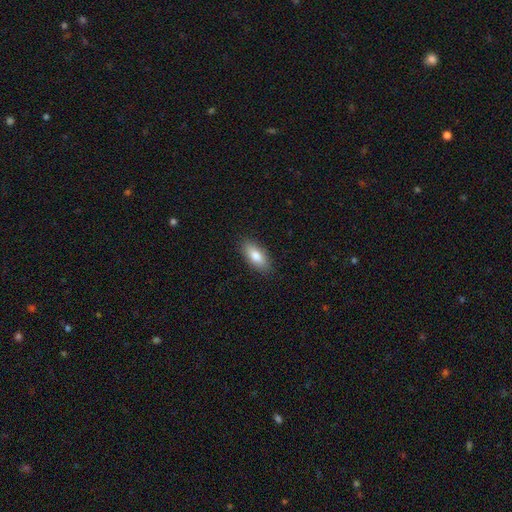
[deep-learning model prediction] Smooth or featured? smooth (81%)
How rounded? in between (84%)
Merging? none (87%)